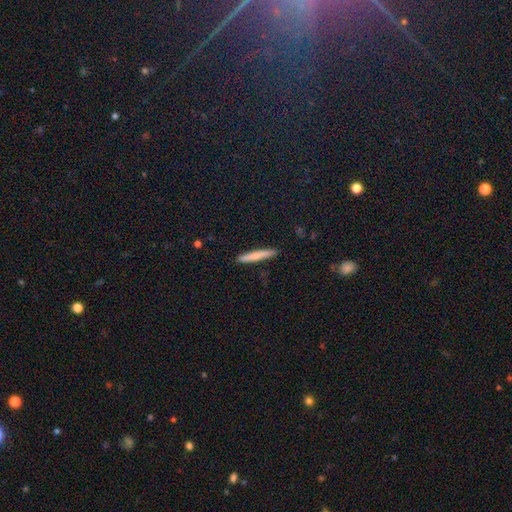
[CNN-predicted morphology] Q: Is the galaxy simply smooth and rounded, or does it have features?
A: smooth — 72%.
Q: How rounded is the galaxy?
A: cigar-shaped — 95%.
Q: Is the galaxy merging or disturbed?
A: none — 91%.